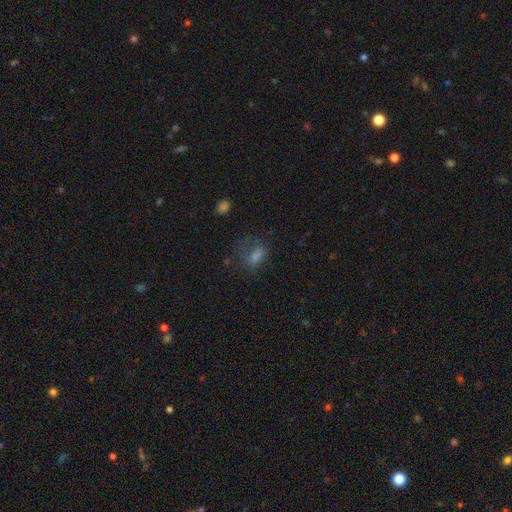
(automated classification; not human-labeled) This is possibly a smooth galaxy (55%). How rounded: likely in between (72%). Merging: possibly none (49%).